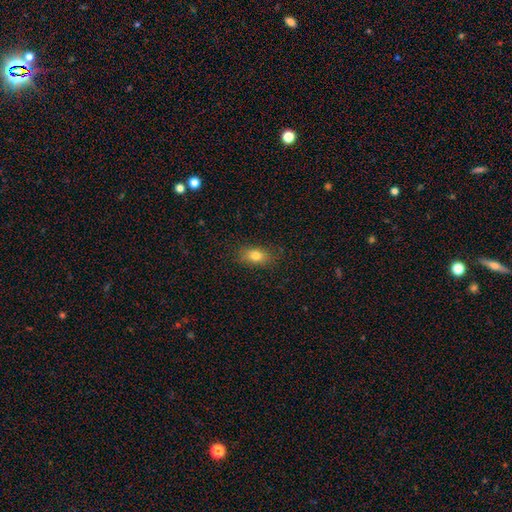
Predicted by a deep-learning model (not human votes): Overall: smooth (79%). How rounded: in between (82%). Merging: none (85%).